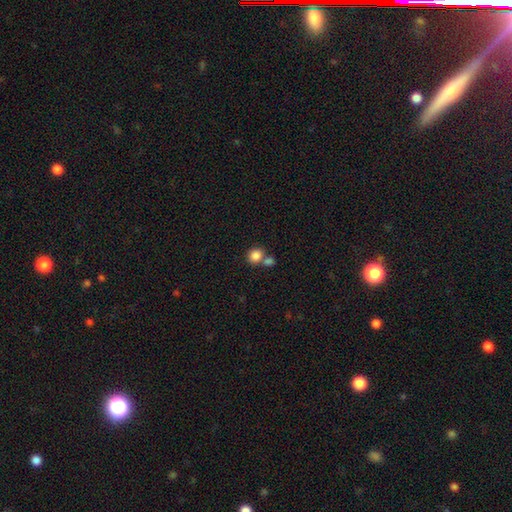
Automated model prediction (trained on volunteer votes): smooth-or-featured: smooth: 85% | star or artifact: 10% | featured or disk: 6%
  how-rounded: round: 78% | in between: 21% | cigar-shaped: 1%
  merging: none: 51% | merger: 38% | minor disturbance: 8% | major disturbance: 3%